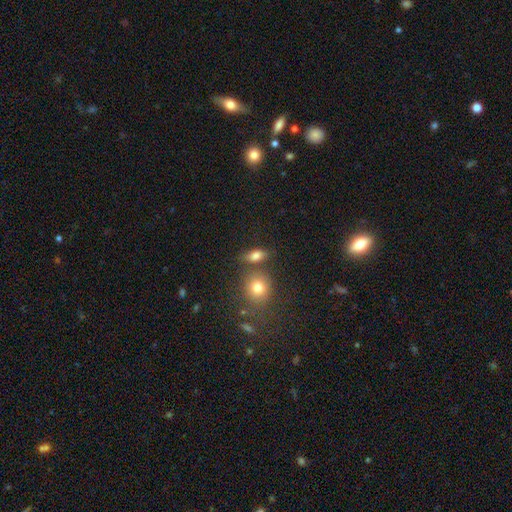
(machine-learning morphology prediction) The model was most divided on "merging": none: 66%, merger: 15%, minor disturbance: 14%, major disturbance: 5%. More confident: smooth or featured — smooth (78%); how rounded — in between (74%).